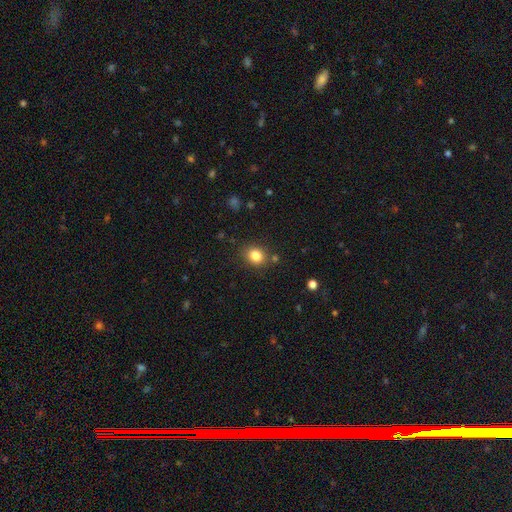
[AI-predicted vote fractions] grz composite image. It shows a smooth galaxy with no disk features (83%) that is round (65%). Merging: none (83%).